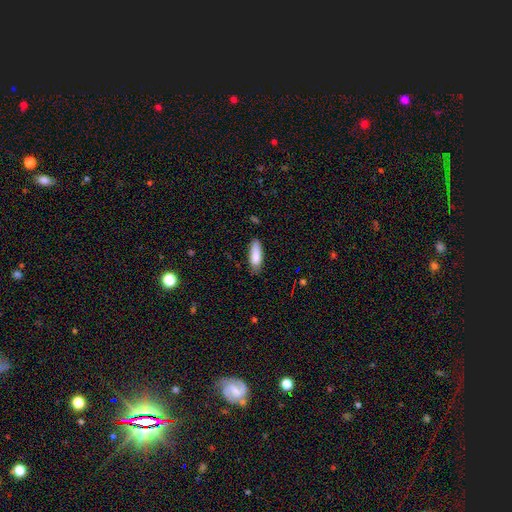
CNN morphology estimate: Q: Smooth or featured?
A: smooth (85%); runner-up: featured or disk (9%)
Q: How rounded?
A: in between (66%); runner-up: cigar-shaped (33%)
Q: Merging?
A: none (74%); runner-up: minor disturbance (21%)